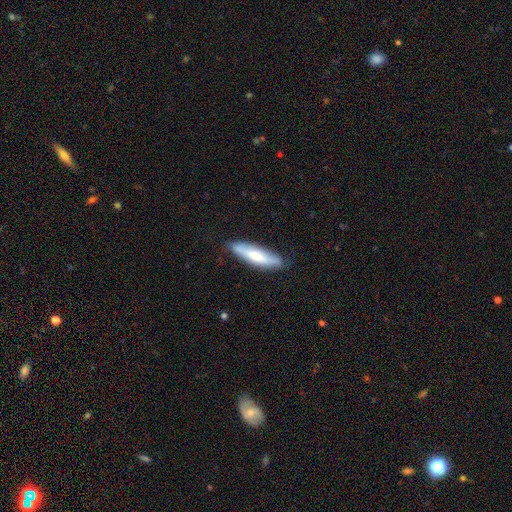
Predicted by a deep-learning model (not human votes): Smooth or featured? Predicted: smooth (p=0.66). How rounded? Predicted: cigar-shaped (p=0.74). Merging? Predicted: none (p=0.82).